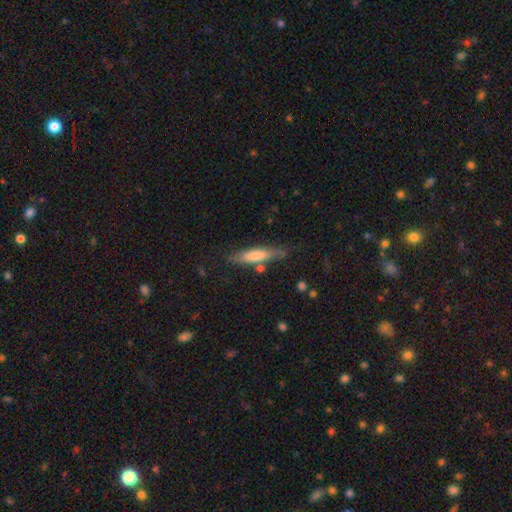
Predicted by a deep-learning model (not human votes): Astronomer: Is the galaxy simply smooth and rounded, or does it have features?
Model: smooth — 67%.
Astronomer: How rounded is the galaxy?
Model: cigar-shaped — 77%.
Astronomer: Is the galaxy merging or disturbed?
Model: none — 69%.